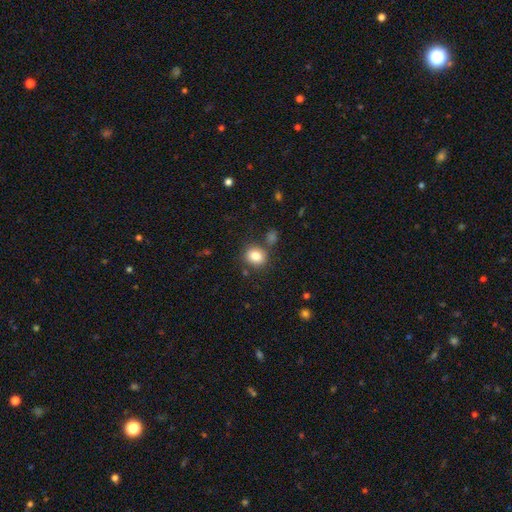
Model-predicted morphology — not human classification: Smooth or featured? smooth (83%)
How rounded? round (69%)
Merging? none (78%)